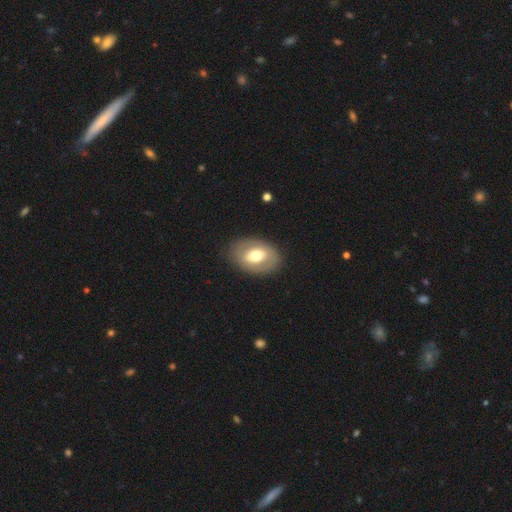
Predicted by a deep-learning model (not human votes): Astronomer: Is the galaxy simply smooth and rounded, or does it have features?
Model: smooth — 50% (runner-up: featured or disk, 44%).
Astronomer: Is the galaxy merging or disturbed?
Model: none — 84%.